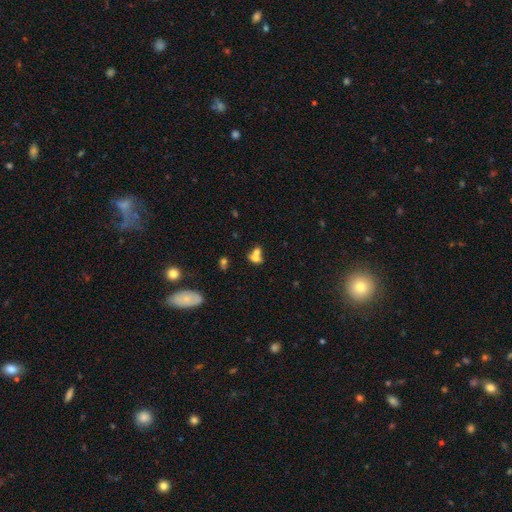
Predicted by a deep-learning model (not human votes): This is likely a smooth galaxy (66%). How rounded: possibly in between (55%). Merging: likely merger (65%).